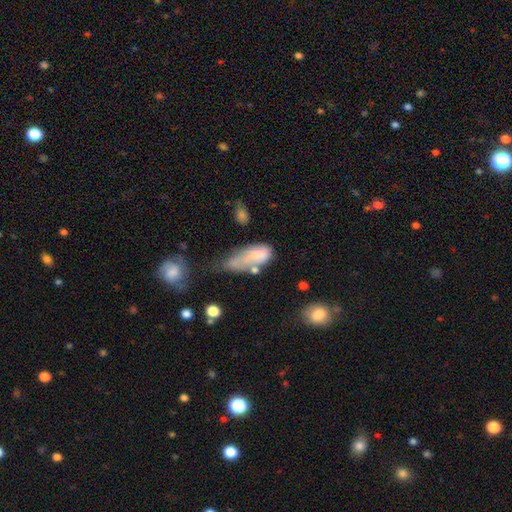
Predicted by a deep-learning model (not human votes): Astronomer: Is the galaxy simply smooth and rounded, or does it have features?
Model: smooth — 66%.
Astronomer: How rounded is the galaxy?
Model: in between — 82%.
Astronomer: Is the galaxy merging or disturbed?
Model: major disturbance — 33% (runner-up: minor disturbance, 26%).